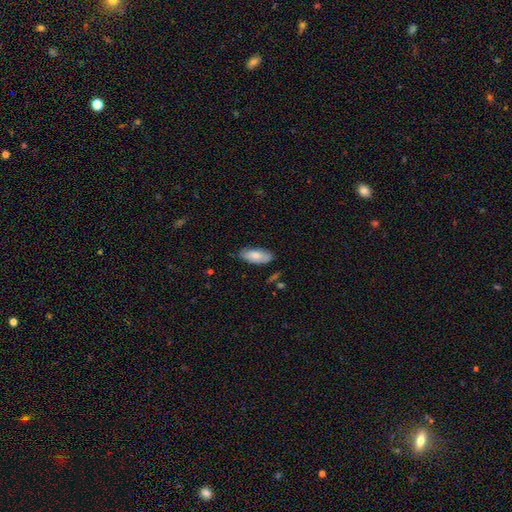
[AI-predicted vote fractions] This appears to be a smooth galaxy with no disk features (76%) that is in between round and cigar-shaped (87%). Merging: none (75%).